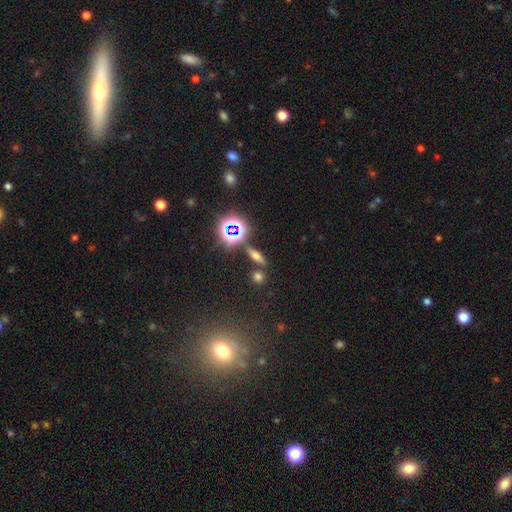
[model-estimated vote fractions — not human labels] smooth-or-featured: smooth: 42% | star or artifact: 30% | featured or disk: 28%
  merging: none: 80% | minor disturbance: 9% | merger: 7% | major disturbance: 4%